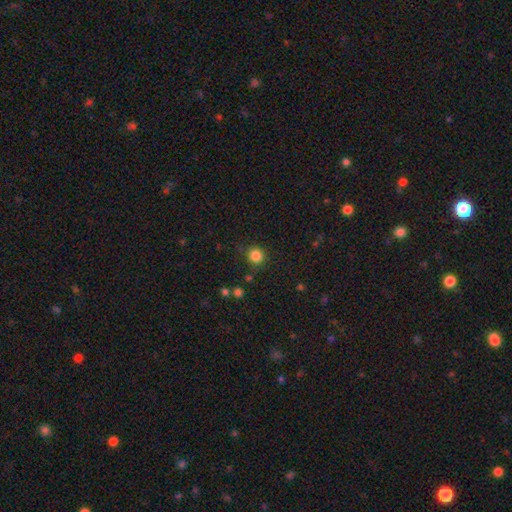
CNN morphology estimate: The model was most divided on "smooth or featured": smooth: 84%, star or artifact: 12%, featured or disk: 4%. More confident: how rounded — round (92%); merging — none (87%).